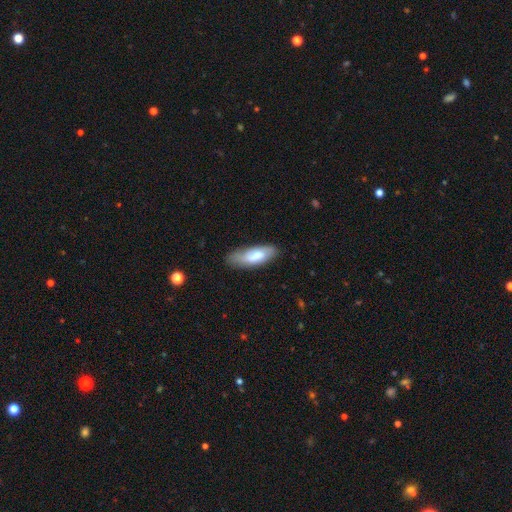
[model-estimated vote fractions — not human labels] Overall: smooth (73%). How rounded: in between (65%; cigar-shaped 34%). Merging: none (72%).